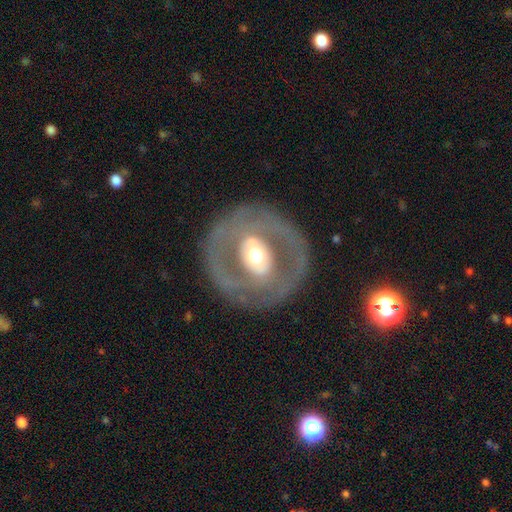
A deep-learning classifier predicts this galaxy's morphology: type=featured or disk (71%); edge-on=no (94%); bar=no (53%); spiral arms=no (63%); bulge=moderate (61%); merging=none (76%).